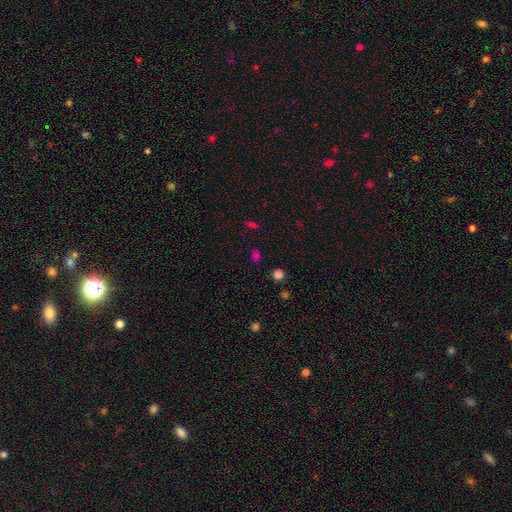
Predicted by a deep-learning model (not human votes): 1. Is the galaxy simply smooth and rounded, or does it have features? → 67% smooth, 28% star or artifact, 5% featured or disk.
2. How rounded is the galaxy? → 51% in between, 47% round, 2% cigar-shaped.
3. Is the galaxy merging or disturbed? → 82% none, 10% minor disturbance, 4% major disturbance, 3% merger.